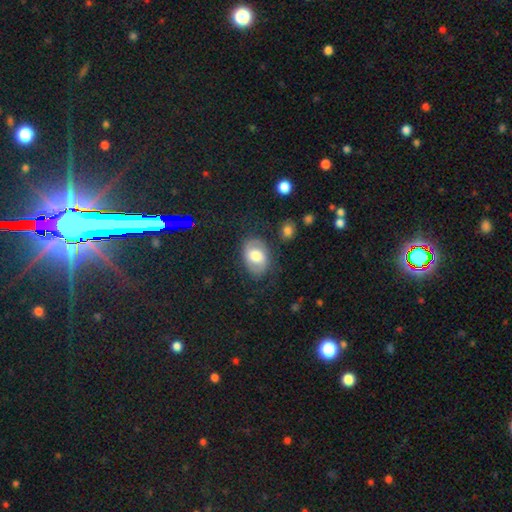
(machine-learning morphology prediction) A smooth galaxy with no disk features (49%). Merging: none (74%).